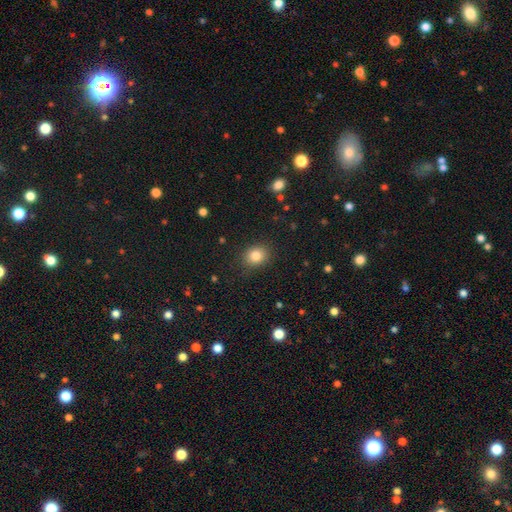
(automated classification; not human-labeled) Morphology: type=smooth (83%); roundness=round (61%); merging=none (86%).